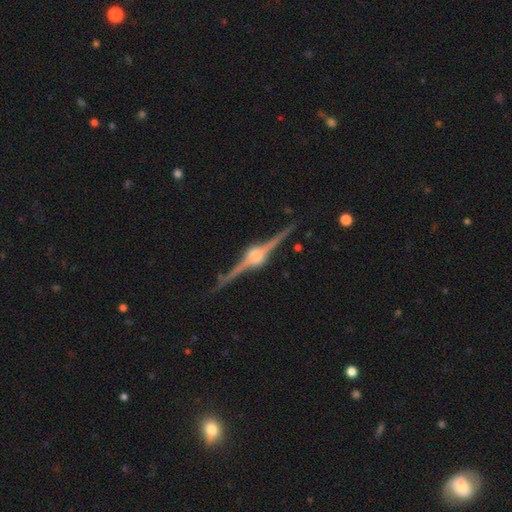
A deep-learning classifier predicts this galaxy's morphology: featured or disk 91%, star or artifact 5%, smooth 4%. Down the decision tree: edge-on disk — yes (98%); edge-on bulge — rounded (90%); merging — none (88%).